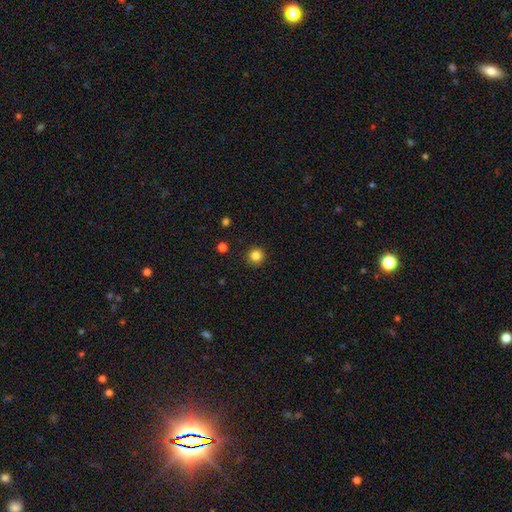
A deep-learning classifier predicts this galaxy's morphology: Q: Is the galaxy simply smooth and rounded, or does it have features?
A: smooth — 84%.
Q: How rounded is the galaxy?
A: round — 95%.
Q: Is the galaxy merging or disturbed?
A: none — 92%.